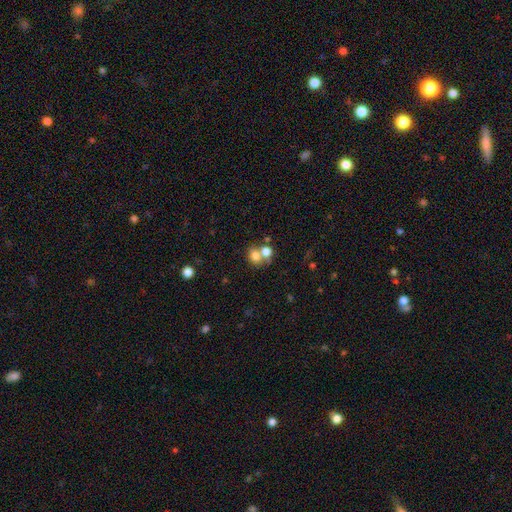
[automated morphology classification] A smooth galaxy with no disk features (75%) that is round (65%). Merging: merger (50%).